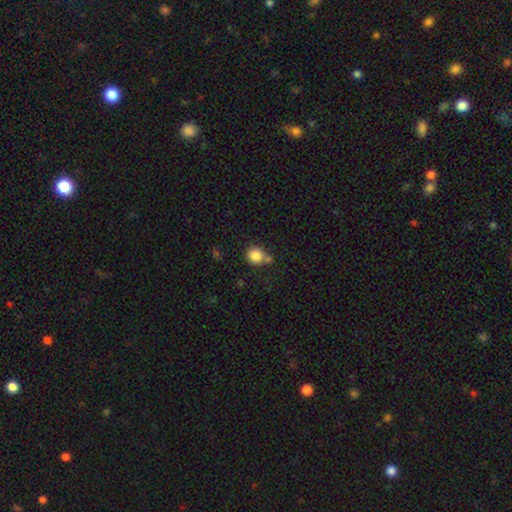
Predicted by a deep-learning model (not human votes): Smooth or featured: smooth — 84% (star or artifact — 10%)
How rounded: round — 79% (in between — 20%)
Merging: none — 64% (merger — 17%)